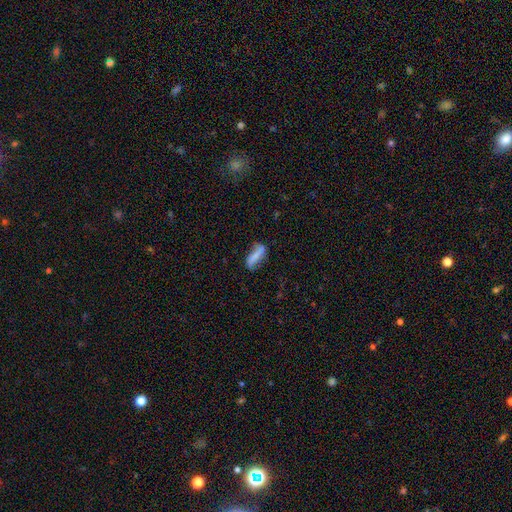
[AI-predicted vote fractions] smooth_or_featured: smooth (p=0.48) [alt: featured or disk p=0.43]
merging: none (p=0.63) [alt: minor disturbance p=0.24]